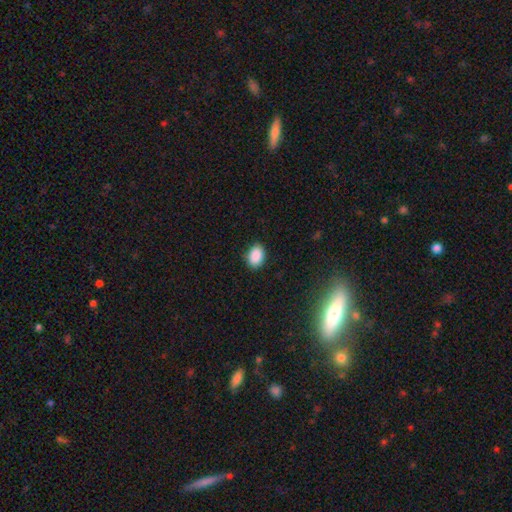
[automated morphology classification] Smooth or featured? smooth (90%)
How rounded? in between (85%)
Merging? none (88%)